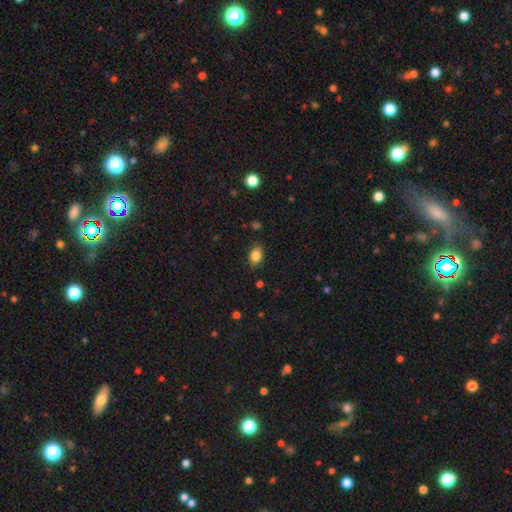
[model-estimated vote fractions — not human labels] The model was most divided on "how rounded": in between: 80%, round: 18%, cigar-shaped: 2%. More confident: smooth or featured — smooth (83%); merging — none (82%).